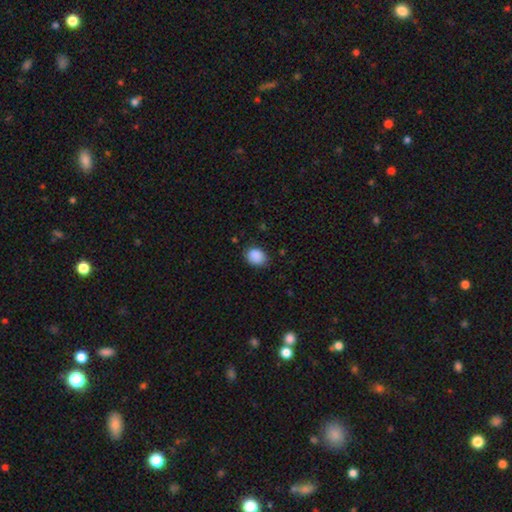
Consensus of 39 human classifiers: A smooth galaxy with no disk features (97%) that is round (71%). Merging: none (76%).